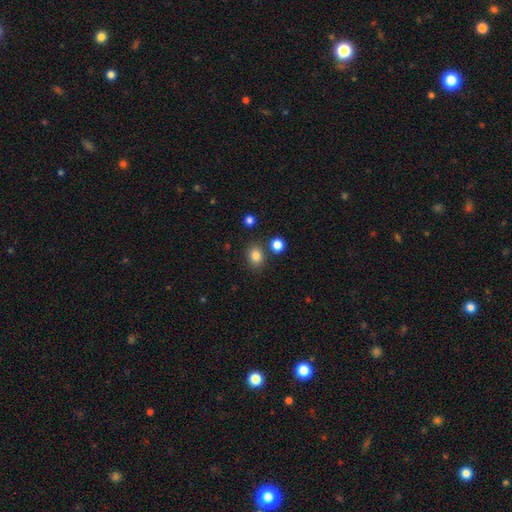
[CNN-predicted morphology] smooth_or_featured: smooth (p=0.83) [alt: star or artifact p=0.11]
how_rounded: round (p=0.54) [alt: in between p=0.46]
merging: none (p=0.78) [alt: minor disturbance p=0.10]